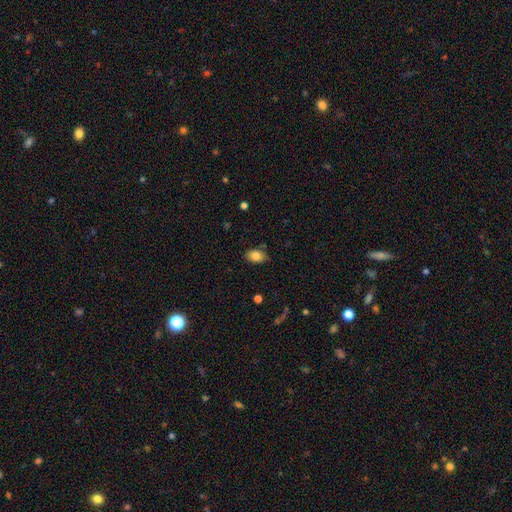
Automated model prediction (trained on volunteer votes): Smooth or featured? Predicted: smooth (p=0.84). How rounded? Predicted: in between (p=0.86). Merging? Predicted: none (p=0.80).